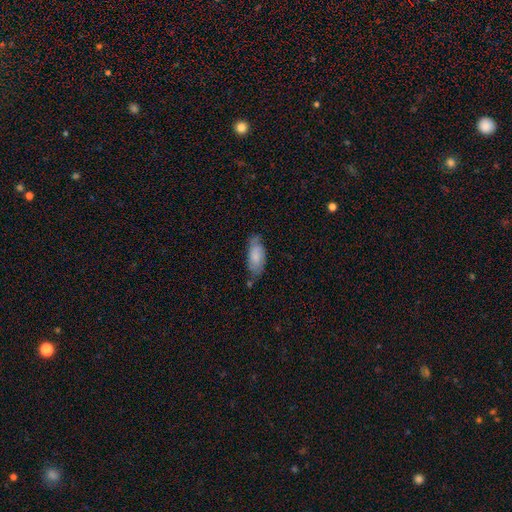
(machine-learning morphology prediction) smooth-or-featured: smooth: 70% | featured or disk: 24% | star or artifact: 6%
  how-rounded: in between: 84% | cigar-shaped: 14% | round: 2%
  merging: none: 61% | minor disturbance: 28% | major disturbance: 7% | merger: 4%